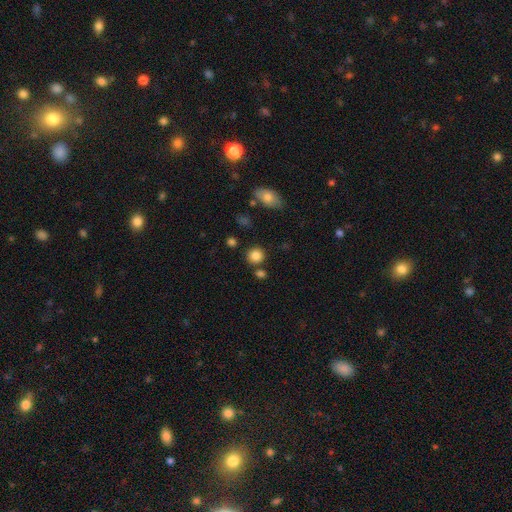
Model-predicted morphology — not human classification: smooth-or-featured: smooth: 85% | star or artifact: 10% | featured or disk: 5%
  how-rounded: round: 89% | in between: 10% | cigar-shaped: 1%
  merging: none: 79% | merger: 9% | minor disturbance: 8% | major disturbance: 3%